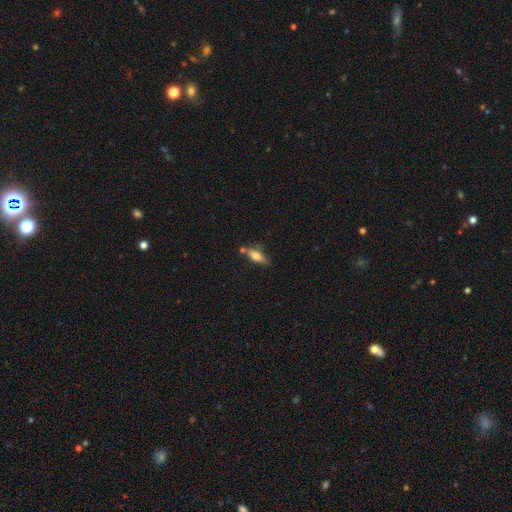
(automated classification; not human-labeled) Smooth or featured? Predicted: smooth (p=0.71). How rounded? Predicted: in between (p=0.64). Merging? Predicted: none (p=0.63).